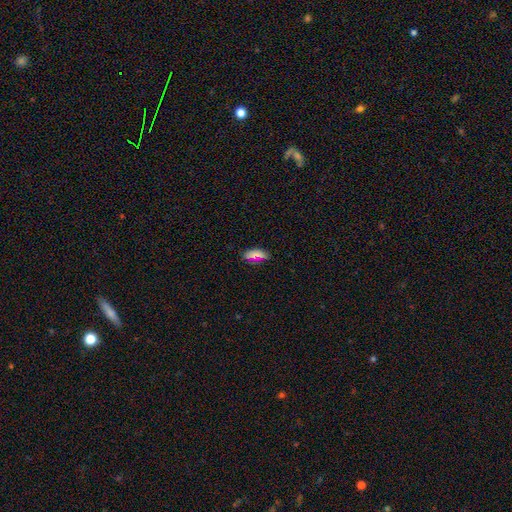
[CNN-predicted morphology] Smooth or featured: smooth — 71% (star or artifact — 20%)
How rounded: in between — 82% (cigar-shaped — 14%)
Merging: none — 76% (minor disturbance — 17%)